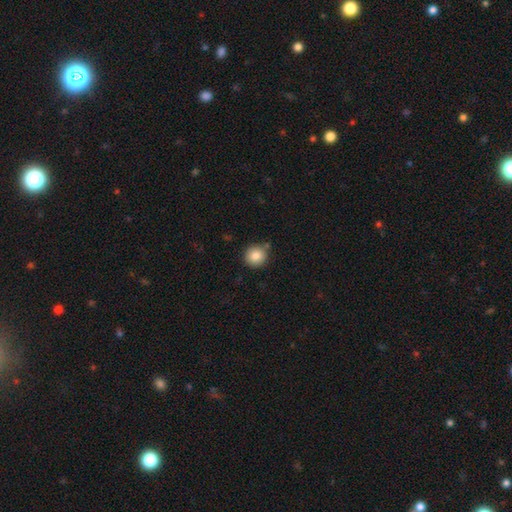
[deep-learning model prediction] Smooth or featured? smooth (85%)
How rounded? round (92%)
Merging? none (82%)